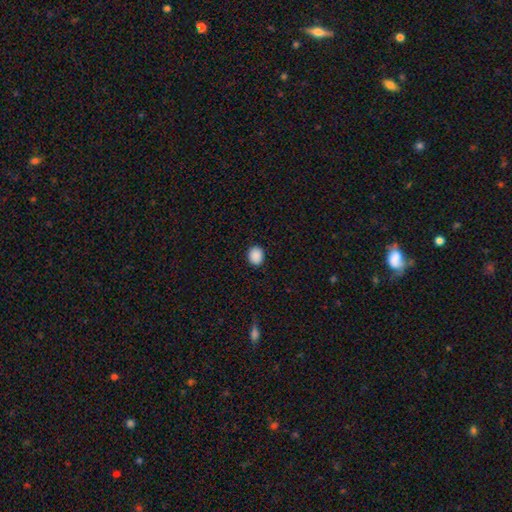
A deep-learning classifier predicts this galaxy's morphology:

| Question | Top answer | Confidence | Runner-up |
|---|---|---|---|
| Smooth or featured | smooth | 89% | star or artifact (8%) |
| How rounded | round | 66% | in between (33%) |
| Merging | none | 91% | minor disturbance (7%) |